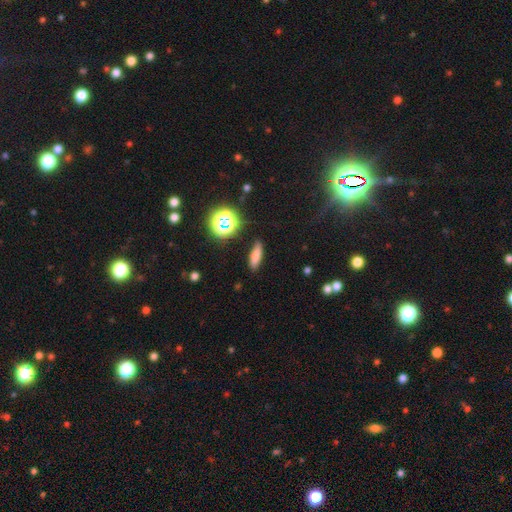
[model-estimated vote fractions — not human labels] A smooth galaxy with no disk features (74%) that is cigar-shaped (56%). Merging: none (86%).